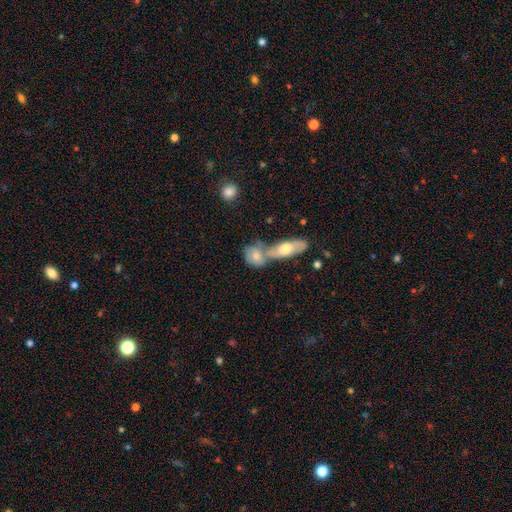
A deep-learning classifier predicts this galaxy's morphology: Q: Smooth or featured?
A: smooth (66%); runner-up: featured or disk (27%)
Q: How rounded?
A: in between (64%); runner-up: round (26%)
Q: Merging?
A: merger (56%); runner-up: none (30%)